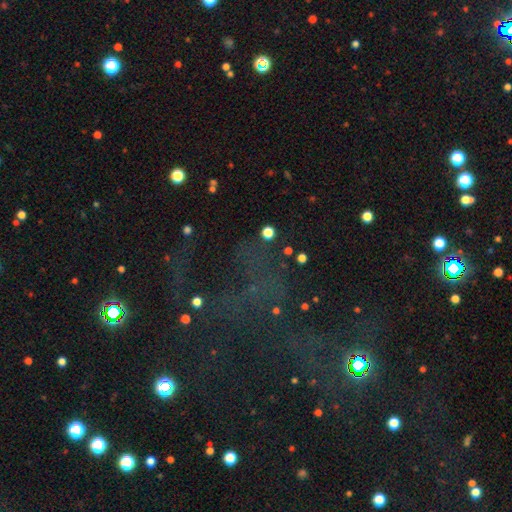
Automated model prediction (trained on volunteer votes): A star or artifact, not a galaxy (65%).